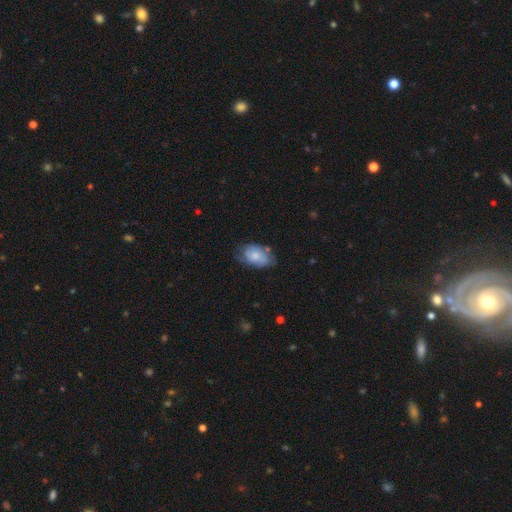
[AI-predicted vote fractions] Smooth or featured? Predicted: smooth (p=0.64). How rounded? Predicted: in between (p=0.89). Merging? Predicted: none (p=0.57).